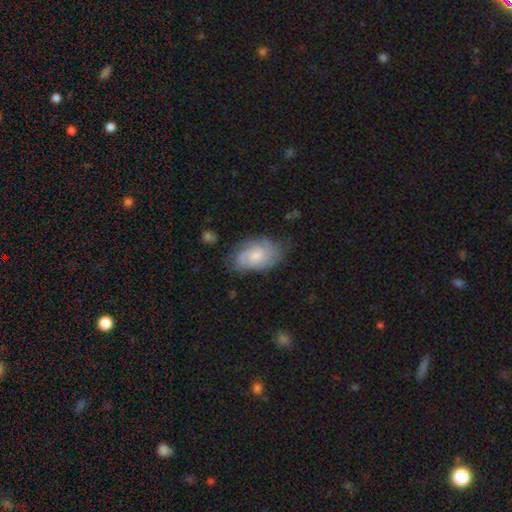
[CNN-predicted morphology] Smooth or featured? Predicted: featured or disk (p=0.66). Edge-on disk? Predicted: no (p=0.97). Bar? Predicted: no (p=0.66). Spiral arms? Predicted: yes (p=0.92). Spiral winding? Predicted: tight (p=0.51). Spiral arm count? Predicted: can't tell (p=0.34). Bulge size? Predicted: small (p=0.49). Merging? Predicted: none (p=0.68).